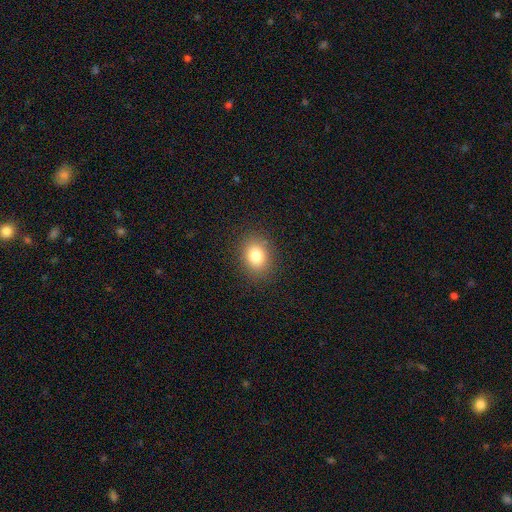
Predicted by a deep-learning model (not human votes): A smooth galaxy with no disk features (81%) that is in between round and cigar-shaped (52%).

Vote fractions:
- Smooth or featured? smooth: 81% / star or artifact: 11% / featured or disk: 8%
- How rounded? in between: 52% / round: 47% / cigar-shaped: 1%
- Merging? none: 88% / minor disturbance: 8% / major disturbance: 3% / merger: 1%